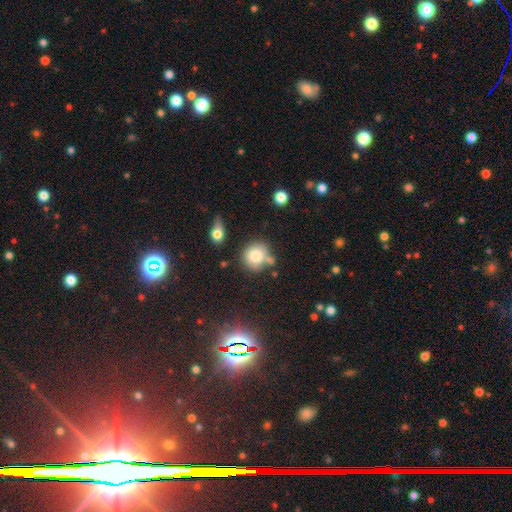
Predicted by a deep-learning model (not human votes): Q: Smooth or featured?
A: smooth (79%); runner-up: featured or disk (11%)
Q: How rounded?
A: round (84%); runner-up: in between (15%)
Q: Merging?
A: none (60%); runner-up: minor disturbance (17%)